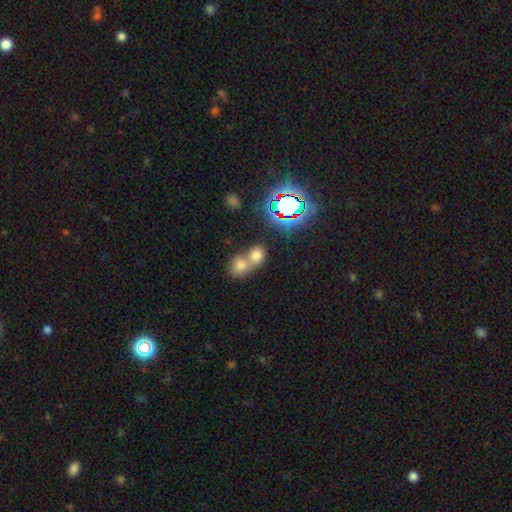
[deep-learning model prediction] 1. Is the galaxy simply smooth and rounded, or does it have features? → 69% smooth, 19% star or artifact, 11% featured or disk.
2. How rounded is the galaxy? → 60% round, 39% in between, 2% cigar-shaped.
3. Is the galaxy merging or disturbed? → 64% merger, 28% none, 5% minor disturbance, 3% major disturbance.